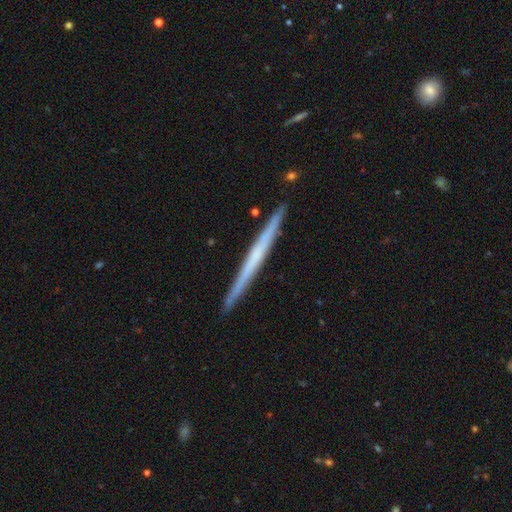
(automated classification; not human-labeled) Overall: featured or disk (62%; smooth 33%). Edge-on disk: yes (98%). Edge-on bulge: none (78%). Merging: none (91%).